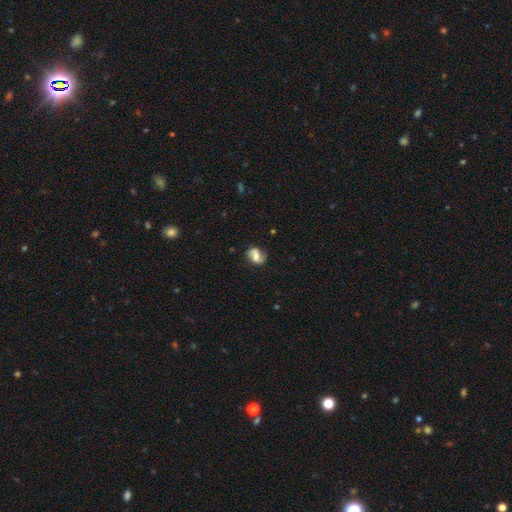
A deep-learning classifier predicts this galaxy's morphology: featured or disk 58%, smooth 33%, star or artifact 9%. Down the decision tree: edge-on disk — no (97%); bar — weak (39%); spiral arms — yes (87%); bulge size — moderate (39%); merging — none (69%).